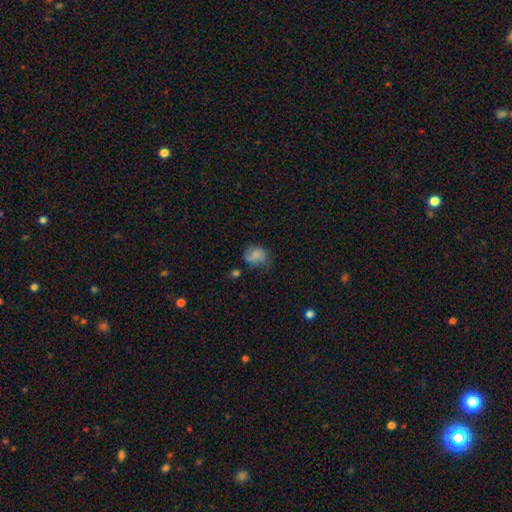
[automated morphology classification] Smooth or featured? smooth (68%)
How rounded? round (52%)
Merging? none (48%)